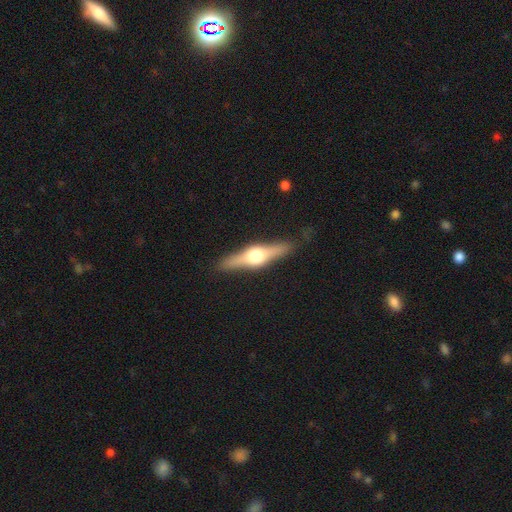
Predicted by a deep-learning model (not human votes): featured or disk 70%, smooth 24%, star or artifact 6%. Down the decision tree: edge-on disk — yes (96%); edge-on bulge — rounded (94%); merging — none (88%).